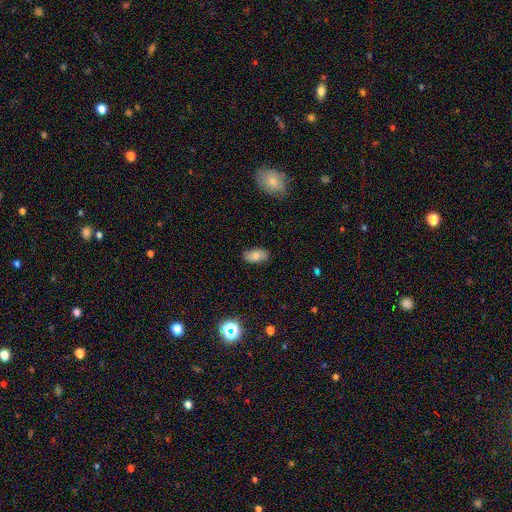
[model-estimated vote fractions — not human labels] Smooth or featured? Predicted: smooth (p=0.80). How rounded? Predicted: in between (p=0.93). Merging? Predicted: none (p=0.85).